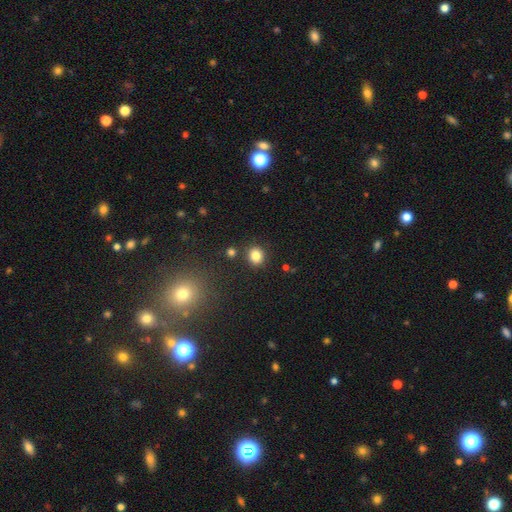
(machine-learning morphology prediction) smooth 83%, star or artifact 12%, featured or disk 5%. Down the decision tree: how rounded — round (74%); merging — none (85%).